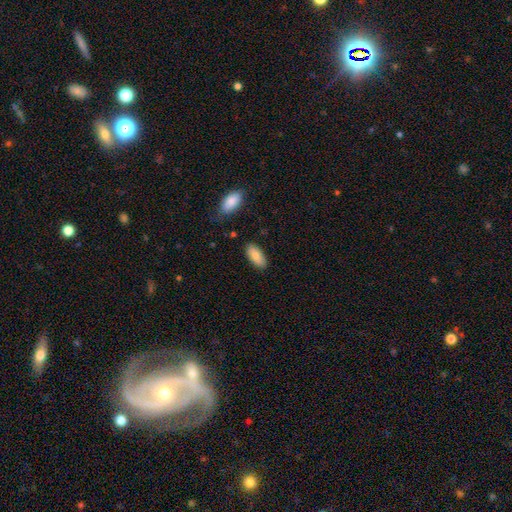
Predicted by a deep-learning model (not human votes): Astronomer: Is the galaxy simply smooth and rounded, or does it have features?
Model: smooth — 86%.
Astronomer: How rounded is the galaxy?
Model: in between — 87%.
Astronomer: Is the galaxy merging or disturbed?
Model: none — 84%.